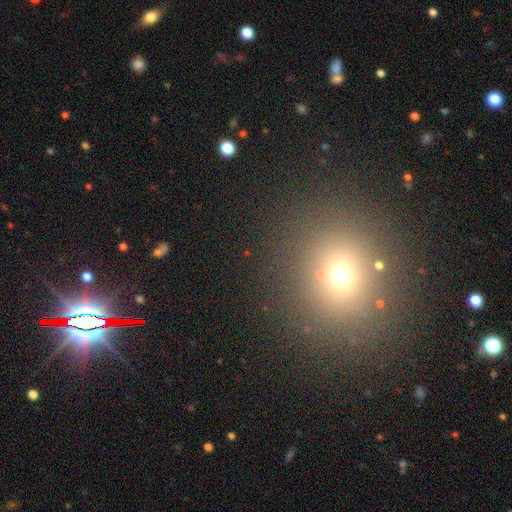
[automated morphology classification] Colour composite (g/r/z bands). It shows a smooth galaxy with no disk features (52%) that is round (76%). Merging: none (87%).